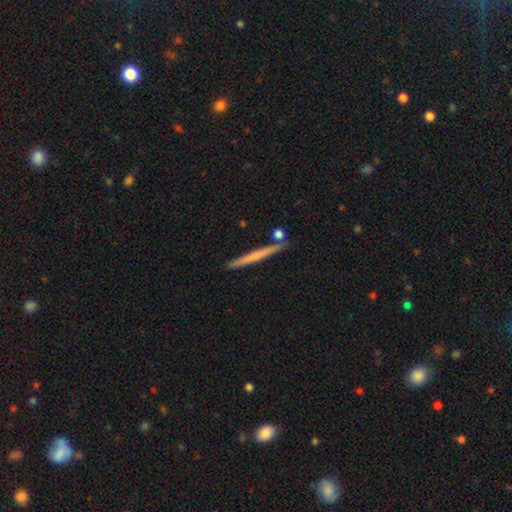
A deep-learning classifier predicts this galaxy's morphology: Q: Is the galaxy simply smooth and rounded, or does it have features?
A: smooth — 51%.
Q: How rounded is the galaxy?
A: cigar-shaped — 96%.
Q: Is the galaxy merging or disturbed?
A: none — 85%.